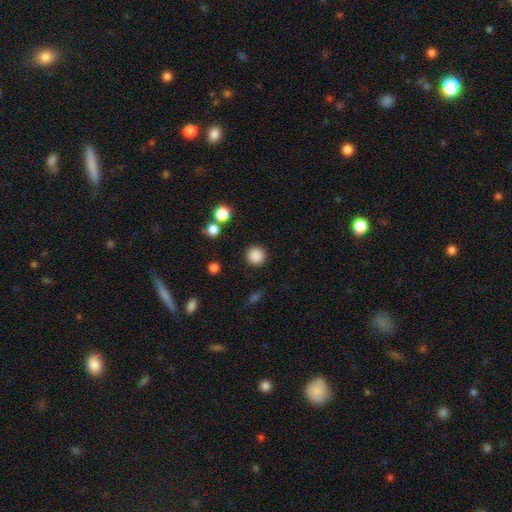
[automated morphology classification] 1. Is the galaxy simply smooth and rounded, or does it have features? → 87% smooth, 10% star or artifact, 3% featured or disk.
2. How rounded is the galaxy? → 93% round, 6% in between, 1% cigar-shaped.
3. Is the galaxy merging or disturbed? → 90% none, 6% minor disturbance, 2% major disturbance, 2% merger.